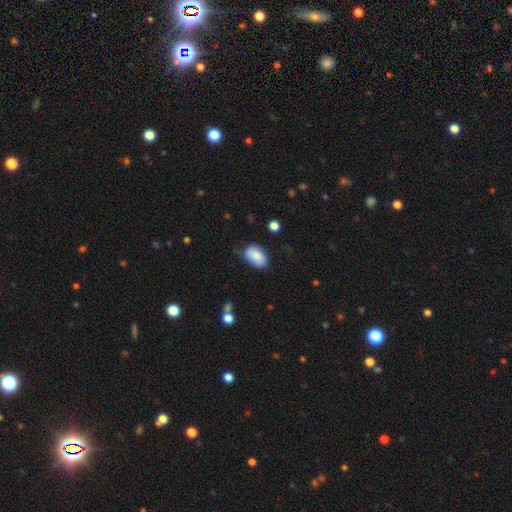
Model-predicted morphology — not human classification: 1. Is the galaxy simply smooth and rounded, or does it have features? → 83% smooth, 10% featured or disk, 7% star or artifact.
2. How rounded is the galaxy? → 92% in between, 7% round, 1% cigar-shaped.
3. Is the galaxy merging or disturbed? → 66% none, 27% minor disturbance, 5% major disturbance, 2% merger.